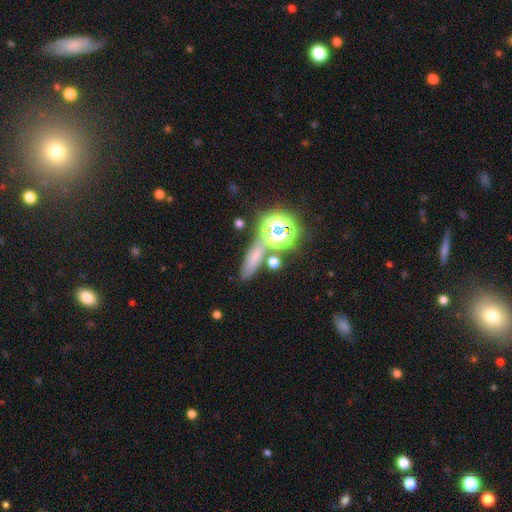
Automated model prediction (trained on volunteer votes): The model was most divided on "how rounded": cigar-shaped: 40%, in between: 35%, round: 26%. More confident: merging — none (65%); smooth or featured — smooth (54%).